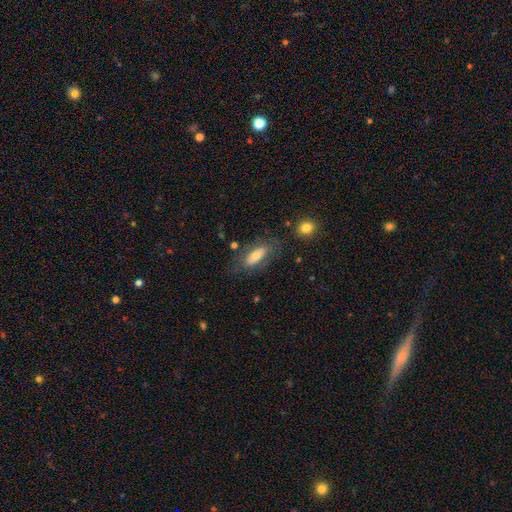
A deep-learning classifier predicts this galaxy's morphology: A smooth galaxy with no disk features (59%) that is in between round and cigar-shaped (75%). Merging: none (68%).